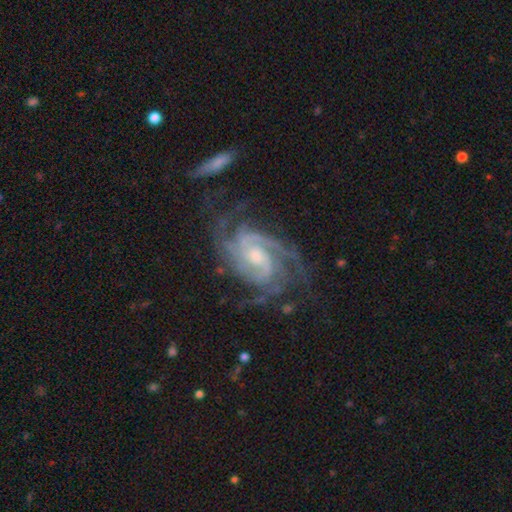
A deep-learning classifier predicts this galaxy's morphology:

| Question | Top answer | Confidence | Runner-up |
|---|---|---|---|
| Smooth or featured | featured or disk | 92% | star or artifact (5%) |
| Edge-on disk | no | 97% | yes (3%) |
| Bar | no | 53% | weak (36%) |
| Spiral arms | yes | 98% | no (2%) |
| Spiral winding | tight | 58% | medium (37%) |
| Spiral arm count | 3 | 33% | 2 (27%) |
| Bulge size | moderate | 52% | small (38%) |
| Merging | none | 65% | minor disturbance (20%) |